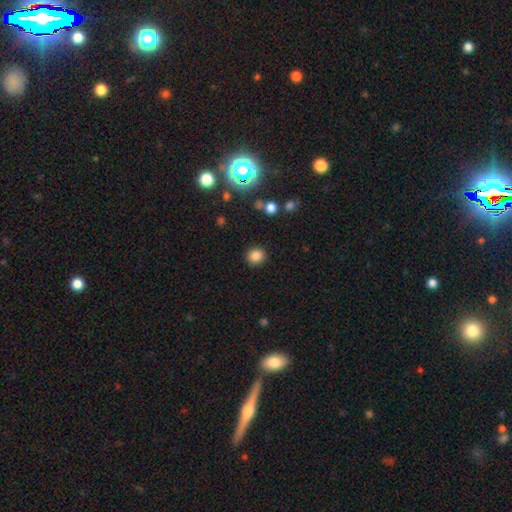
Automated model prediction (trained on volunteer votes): smooth 83%, star or artifact 13%, featured or disk 4%. Down the decision tree: how rounded — round (84%); merging — none (89%).